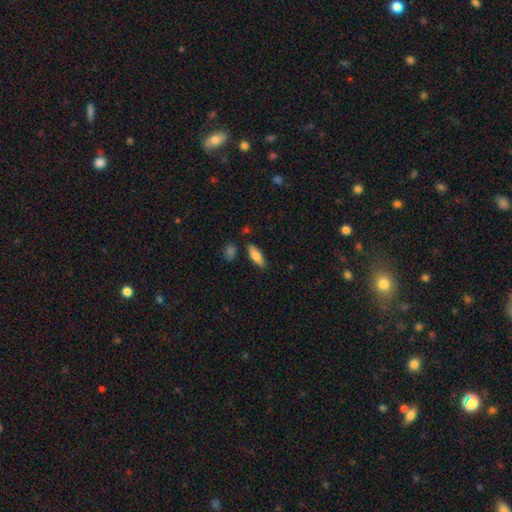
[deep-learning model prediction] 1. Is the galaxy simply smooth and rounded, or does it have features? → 80% smooth, 14% featured or disk, 6% star or artifact.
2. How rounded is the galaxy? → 64% in between, 33% cigar-shaped, 2% round.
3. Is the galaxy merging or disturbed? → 82% none, 12% minor disturbance, 4% merger, 3% major disturbance.